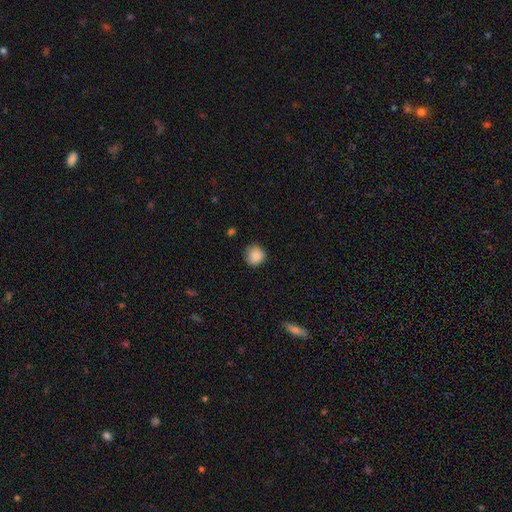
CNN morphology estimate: Smooth or featured? smooth (88%)
How rounded? round (90%)
Merging? none (82%)